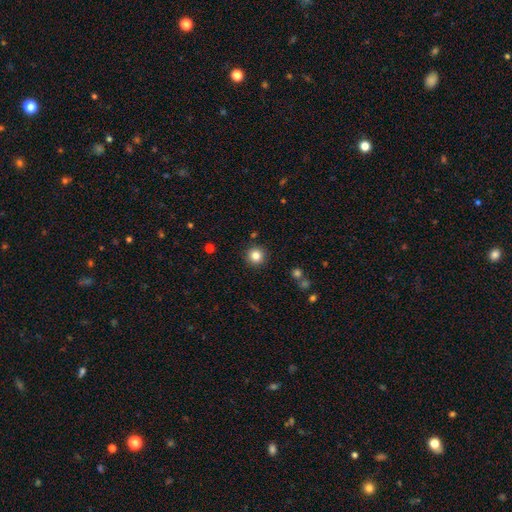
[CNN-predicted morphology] Smooth or featured? Predicted: smooth (p=0.83). How rounded? Predicted: round (p=0.95). Merging? Predicted: none (p=0.91).